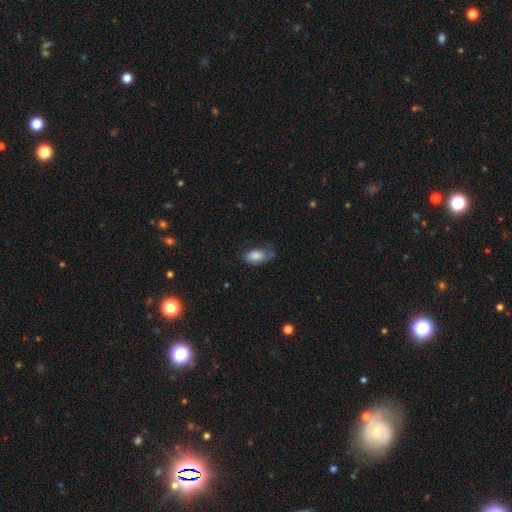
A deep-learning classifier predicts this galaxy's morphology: Smooth or featured? smooth (78%)
How rounded? in between (93%)
Merging? none (41%)